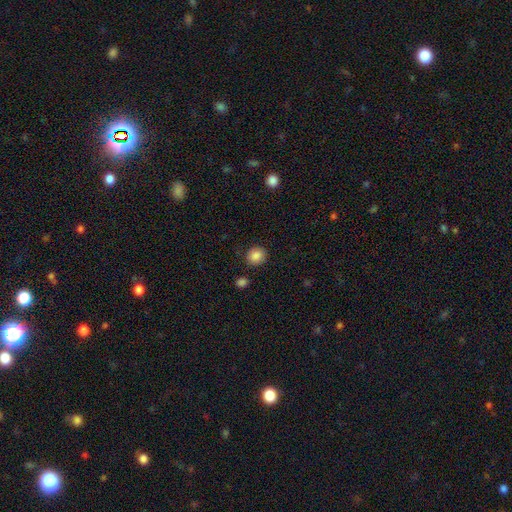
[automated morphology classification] This appears to be a smooth galaxy with no disk features (86%) that is round (81%). Merging: none (86%).